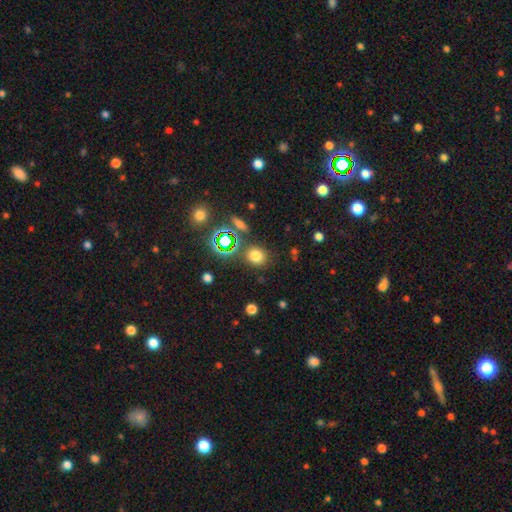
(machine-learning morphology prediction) Q: Smooth or featured?
A: smooth (70%); runner-up: star or artifact (22%)
Q: How rounded?
A: round (74%); runner-up: in between (25%)
Q: Merging?
A: none (80%); runner-up: minor disturbance (10%)